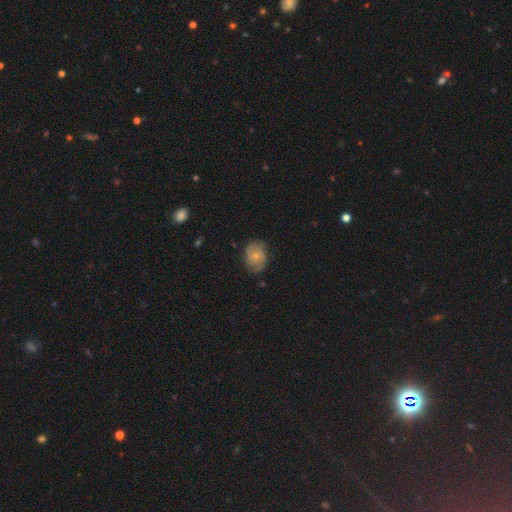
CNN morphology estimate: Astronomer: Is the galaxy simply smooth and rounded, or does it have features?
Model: featured or disk — 52% (runner-up: smooth, 41%).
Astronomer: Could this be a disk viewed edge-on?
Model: no — 97%.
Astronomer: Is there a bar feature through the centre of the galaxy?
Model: no — 74%.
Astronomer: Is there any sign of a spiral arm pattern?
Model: yes — 86%.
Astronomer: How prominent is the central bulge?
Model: small — 61%.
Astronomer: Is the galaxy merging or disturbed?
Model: none — 69%.